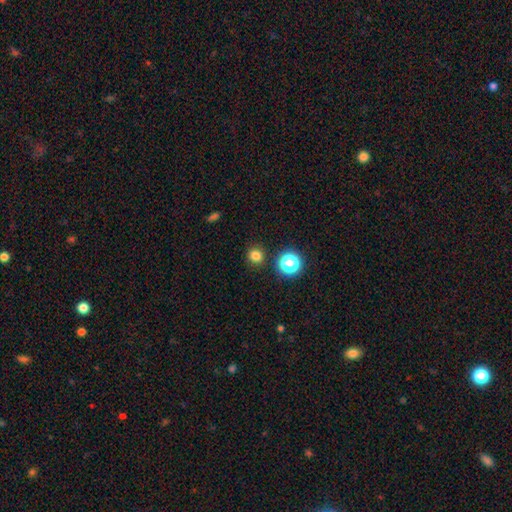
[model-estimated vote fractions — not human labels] Q: Smooth or featured?
A: smooth (79%); runner-up: star or artifact (16%)
Q: How rounded?
A: round (92%); runner-up: in between (7%)
Q: Merging?
A: none (90%); runner-up: minor disturbance (6%)